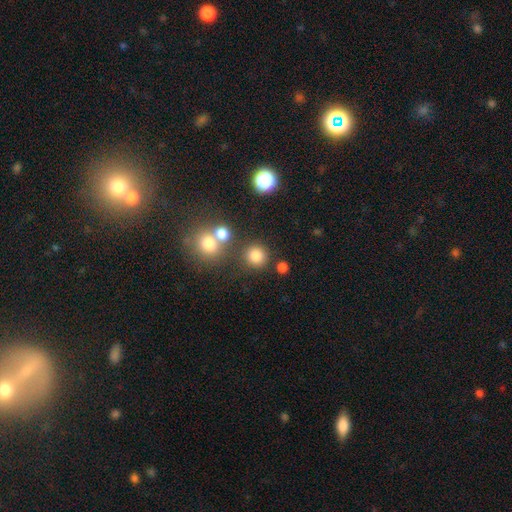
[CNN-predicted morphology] smooth-or-featured: smooth: 79% | star or artifact: 15% | featured or disk: 6%
  how-rounded: round: 92% | in between: 7% | cigar-shaped: 1%
  merging: none: 78% | merger: 11% | minor disturbance: 8% | major disturbance: 4%